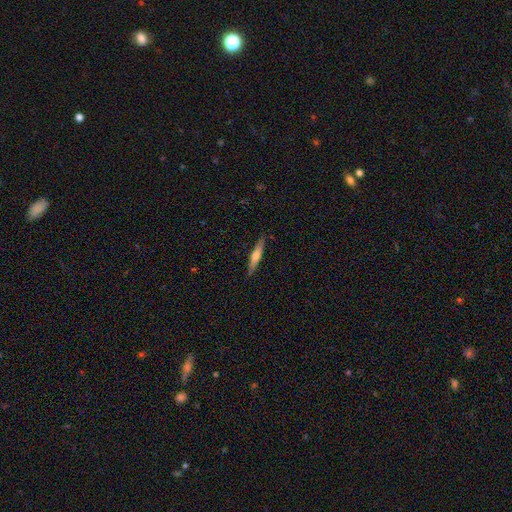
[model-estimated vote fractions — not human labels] Smooth or featured?
  - smooth: 48% *
  - featured or disk: 46%
  - star or artifact: 6%
Merging?
  - none: 89% *
  - minor disturbance: 8%
  - major disturbance: 2%
  - merger: 1%